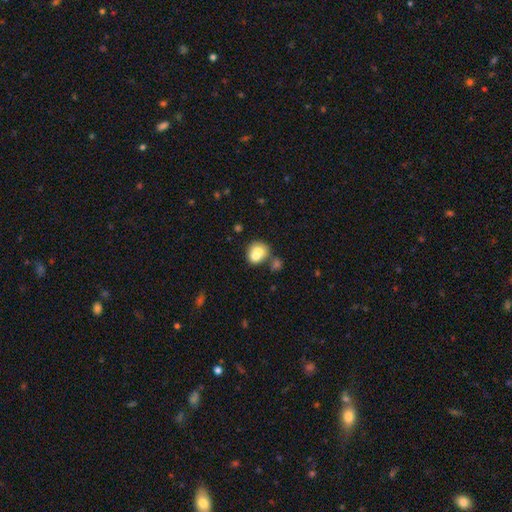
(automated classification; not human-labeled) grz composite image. It shows a smooth galaxy with no disk features (70%) that is round (65%). Merging: merger (58%).